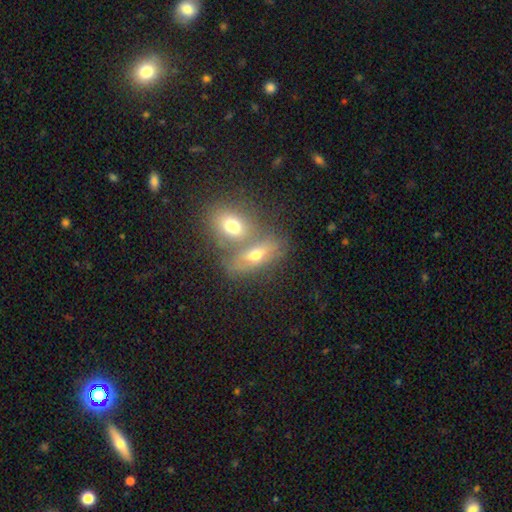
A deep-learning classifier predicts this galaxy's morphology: A smooth galaxy with no disk features (53%) that is in between round and cigar-shaped (76%).

Vote fractions:
- Smooth or featured? smooth: 53% / featured or disk: 36% / star or artifact: 11%
- How rounded? in between: 76% / round: 14% / cigar-shaped: 10%
- Merging? merger: 49% / none: 36% / minor disturbance: 10% / major disturbance: 5%